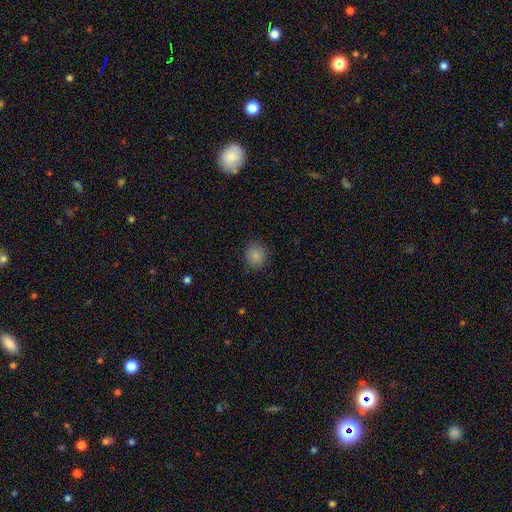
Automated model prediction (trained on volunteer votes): Smooth or featured: smooth — 85% (star or artifact — 10%)
How rounded: round — 82% (in between — 17%)
Merging: none — 88% (minor disturbance — 9%)